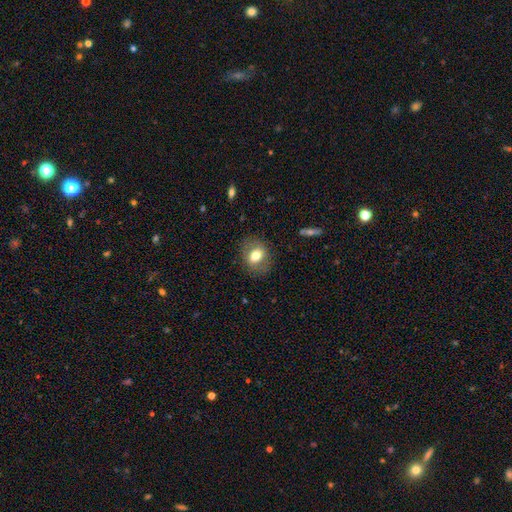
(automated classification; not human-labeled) Q: Smooth or featured?
A: smooth (69%); runner-up: featured or disk (22%)
Q: How rounded?
A: in between (52%); runner-up: round (47%)
Q: Merging?
A: none (81%); runner-up: minor disturbance (13%)